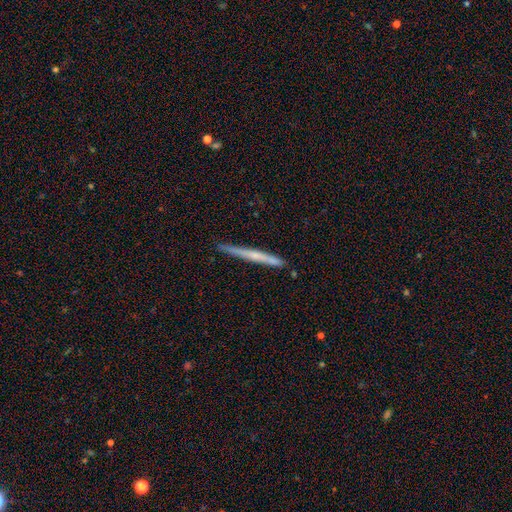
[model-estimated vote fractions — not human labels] Smooth or featured? featured or disk (51%)
Edge-on disk? yes (97%)
Merging? none (86%)